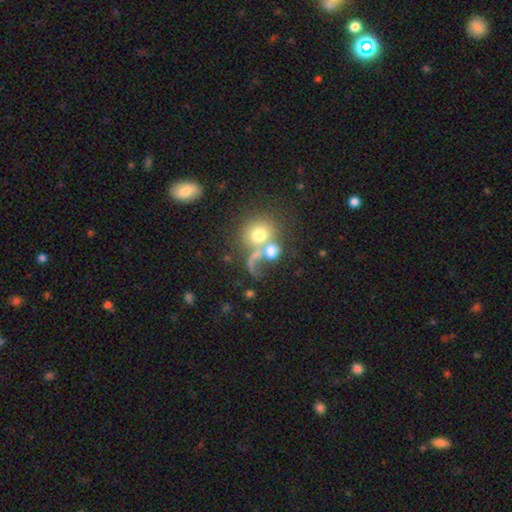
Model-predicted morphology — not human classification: The model was most divided on "merging": merger: 46%, none: 29%, major disturbance: 16%, minor disturbance: 9%. More confident: how rounded — round (73%); smooth or featured — smooth (53%).